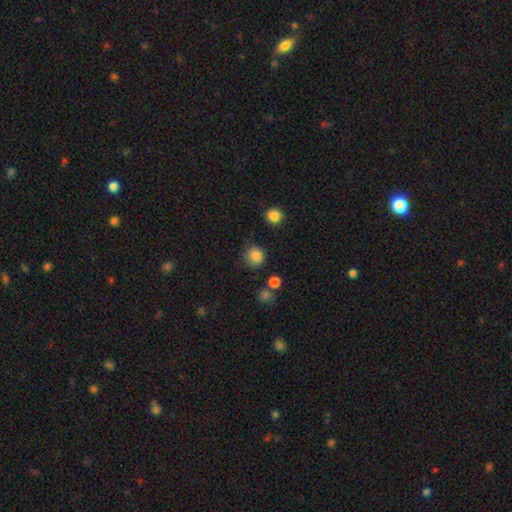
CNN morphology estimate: smooth 84%, star or artifact 11%, featured or disk 5%. Down the decision tree: how rounded — round (90%); merging — none (80%).